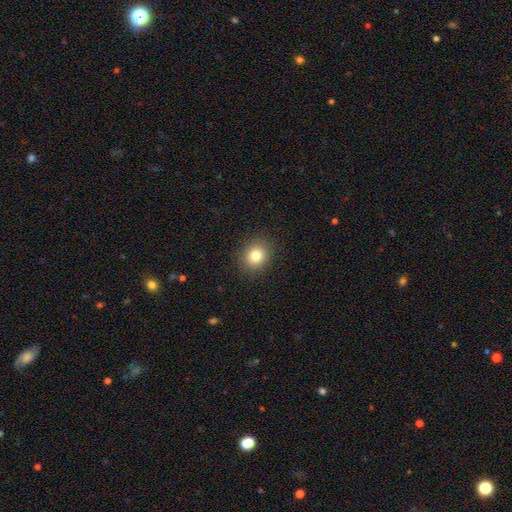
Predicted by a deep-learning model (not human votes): smooth_or_featured: smooth (p=0.81) [alt: star or artifact p=0.11]
how_rounded: round (p=0.78) [alt: in between p=0.21]
merging: none (p=0.90) [alt: minor disturbance p=0.07]